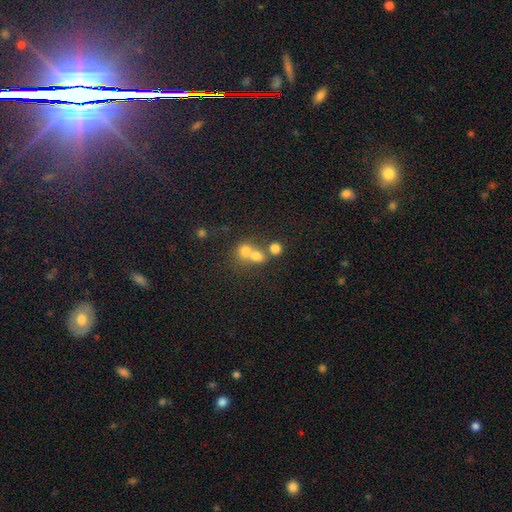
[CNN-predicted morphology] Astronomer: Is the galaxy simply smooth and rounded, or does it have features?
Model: smooth — 70%.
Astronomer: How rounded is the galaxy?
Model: round — 72%.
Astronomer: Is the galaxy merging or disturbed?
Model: merger — 59%.